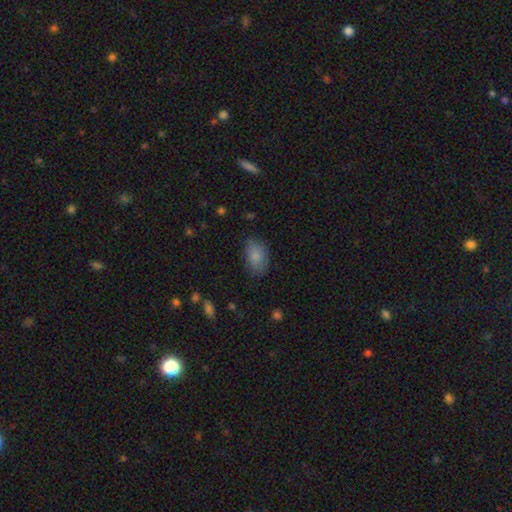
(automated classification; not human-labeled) The model was most divided on "merging": none: 75%, minor disturbance: 19%, major disturbance: 5%, merger: 1%. More confident: how rounded — in between (89%); smooth or featured — smooth (83%).